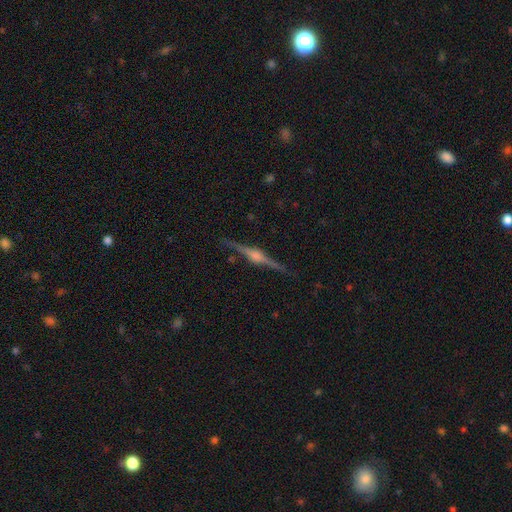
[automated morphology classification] A featured or disk galaxy (86%) viewed edge-on (98%) with a rounded central bulge (88%). Merging: none (89%).